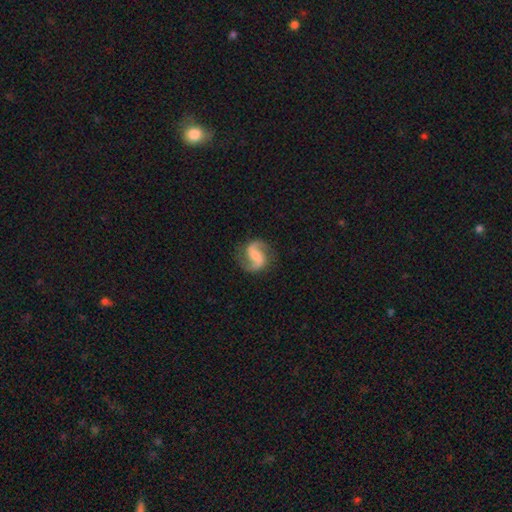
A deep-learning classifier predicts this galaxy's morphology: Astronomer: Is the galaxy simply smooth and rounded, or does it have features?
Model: featured or disk — 86%.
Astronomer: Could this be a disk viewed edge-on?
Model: no — 98%.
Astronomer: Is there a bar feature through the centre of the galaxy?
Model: weak — 44% (runner-up: no, 33%).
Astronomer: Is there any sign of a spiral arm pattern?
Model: yes — 97%.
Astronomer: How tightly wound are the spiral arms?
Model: medium — 48% (runner-up: loose, 40%).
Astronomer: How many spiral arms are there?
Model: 2 — 93%.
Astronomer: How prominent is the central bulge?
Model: small — 38% (runner-up: moderate, 31%).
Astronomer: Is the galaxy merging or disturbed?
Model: none — 81%.